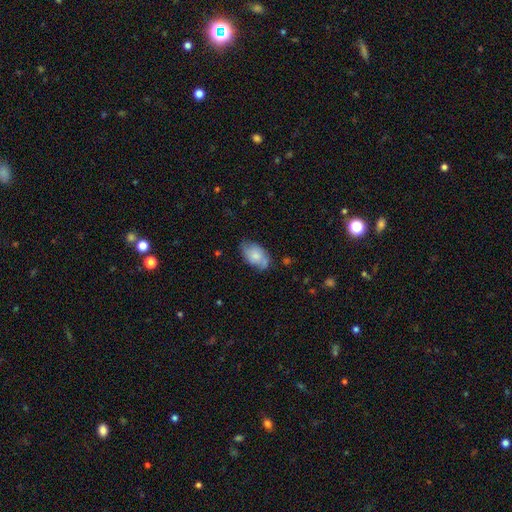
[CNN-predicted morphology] Smooth or featured?
  - smooth: 66% *
  - featured or disk: 26%
  - star or artifact: 7%
How rounded?
  - in between: 91% *
  - round: 7%
  - cigar-shaped: 2%
Merging?
  - none: 58% *
  - minor disturbance: 30%
  - major disturbance: 8%
  - merger: 4%